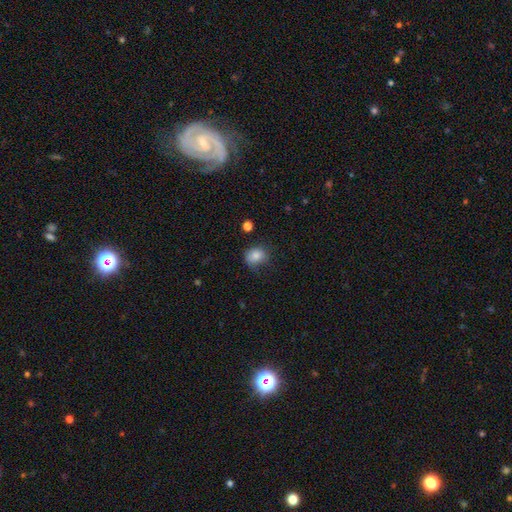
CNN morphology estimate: A smooth galaxy with no disk features (82%) that is round (59%). Merging: none (61%).